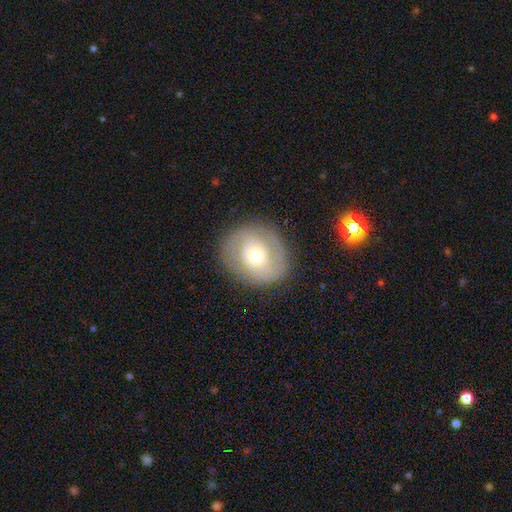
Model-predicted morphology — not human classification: This appears to be a featured or disk galaxy (53%) with no bar (78%), no spiral arms (55%) and a moderate central bulge (54%). Merging: none (81%).